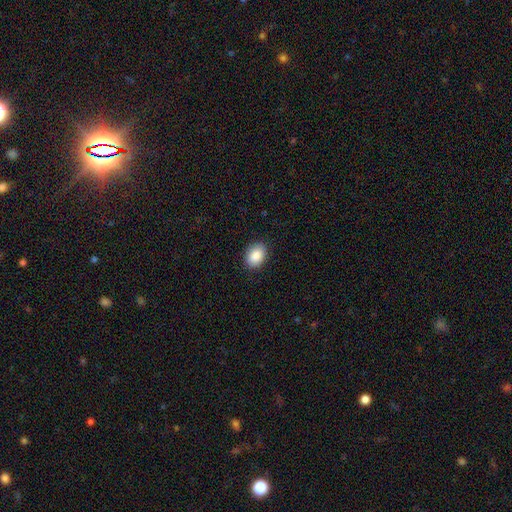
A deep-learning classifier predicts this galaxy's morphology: This is clearly a smooth galaxy (88%). How rounded: likely in between (77%). Merging: clearly none (89%).